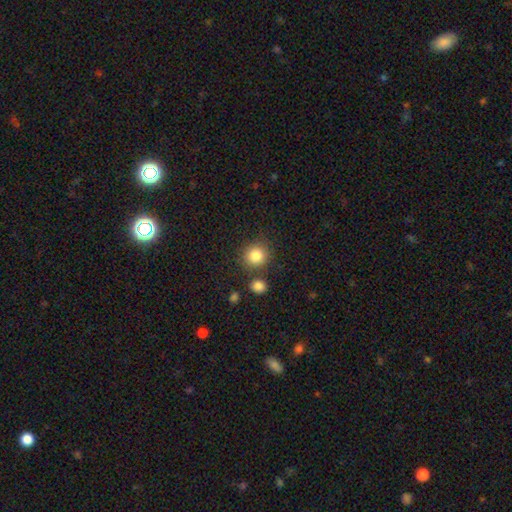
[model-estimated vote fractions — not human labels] A smooth galaxy with no disk features (85%) that is round (86%). Merging: none (78%).